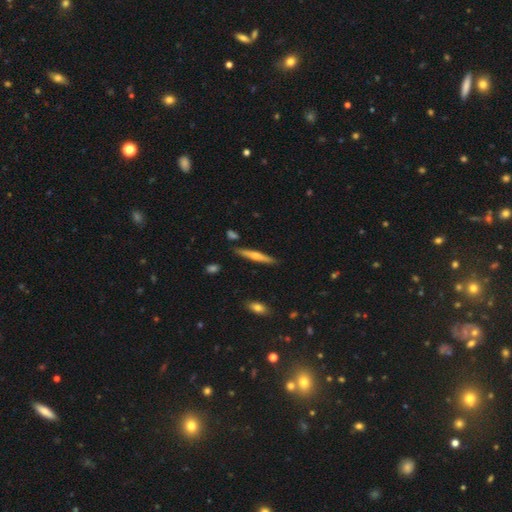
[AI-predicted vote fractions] Smooth or featured?
  - featured or disk: 51% *
  - smooth: 43%
  - star or artifact: 6%
Edge-on disk?
  - yes: 96% *
  - no: 4%
Merging?
  - none: 87% *
  - minor disturbance: 9%
  - merger: 3%
  - major disturbance: 2%